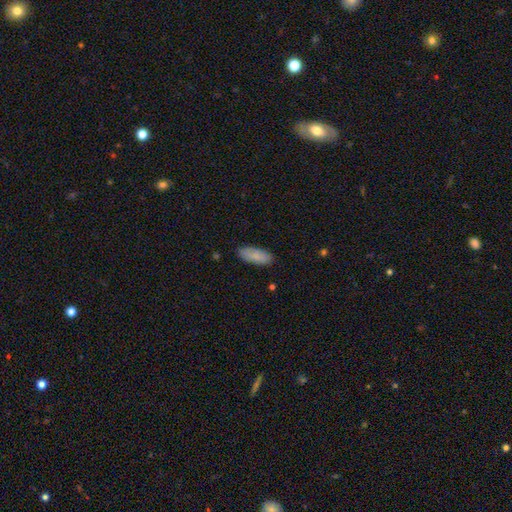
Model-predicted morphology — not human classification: A smooth galaxy with no disk features (86%) that is in between round and cigar-shaped (76%).

Vote fractions:
- Smooth or featured? smooth: 86% / featured or disk: 7% / star or artifact: 6%
- How rounded? in between: 76% / cigar-shaped: 22% / round: 2%
- Merging? none: 87% / minor disturbance: 10% / major disturbance: 2% / merger: 1%